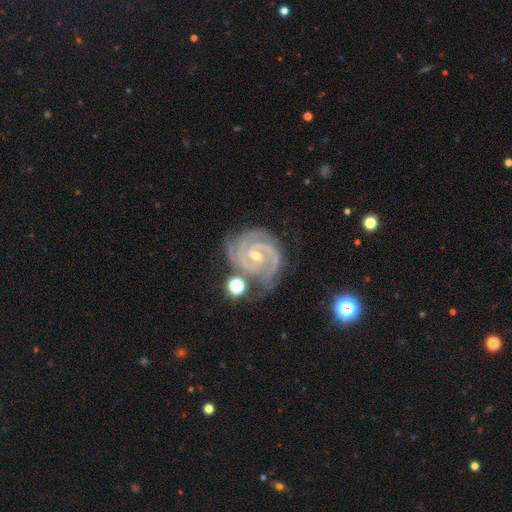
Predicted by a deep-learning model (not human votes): smooth-or-featured: featured or disk: 92% | star or artifact: 5% | smooth: 3%
  disk-edge-on: no: 98% | yes: 2%
    bar: no: 45% | weak: 41% | strong: 14%
    has-spiral-arms: yes: 99% | no: 1%
      spiral-winding: tight: 74% | medium: 23% | loose: 3%
      spiral-arm-count: 2: 39% | 3: 36% | can't tell: 9% | 4: 8% | more than 4: 4% | 1: 4%
    bulge-size: small: 54% | moderate: 43% | none: 1% | large: 1% | dominant: 1%
  merging: none: 66% | minor disturbance: 21% | major disturbance: 8% | merger: 6%